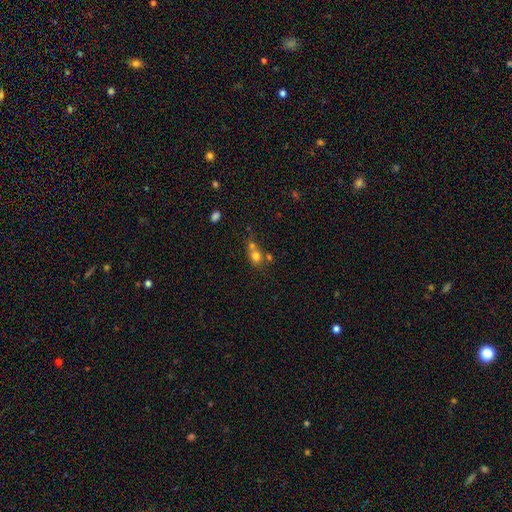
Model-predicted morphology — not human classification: Smooth or featured? Predicted: smooth (p=0.72). How rounded? Predicted: round (p=0.70). Merging? Predicted: merger (p=0.52).